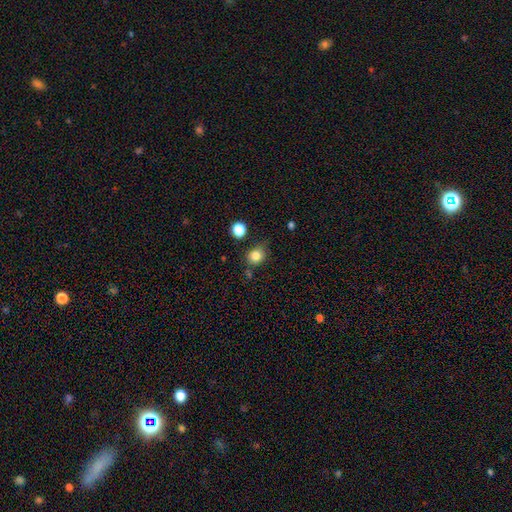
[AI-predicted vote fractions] This appears to be a smooth galaxy with no disk features (83%) that is round (75%). Merging: none (73%).